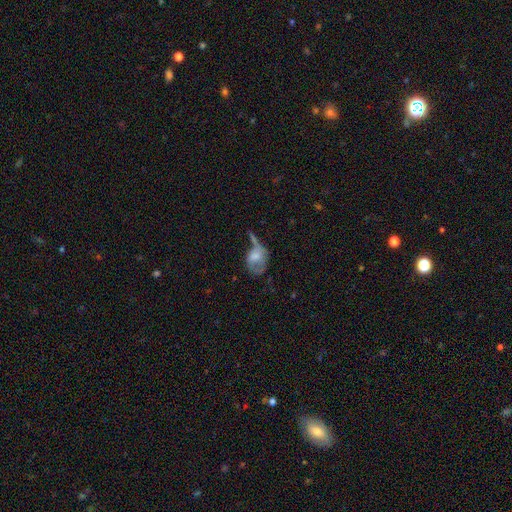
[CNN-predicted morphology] Smooth or featured? smooth (58%)
How rounded? in between (71%)
Merging? major disturbance (36%)